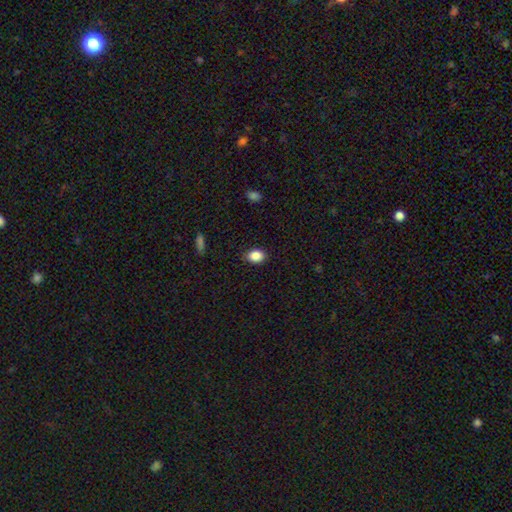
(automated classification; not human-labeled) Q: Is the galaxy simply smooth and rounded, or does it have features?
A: smooth — 88%.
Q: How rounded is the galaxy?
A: in between — 67%.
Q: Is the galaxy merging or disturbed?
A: none — 87%.